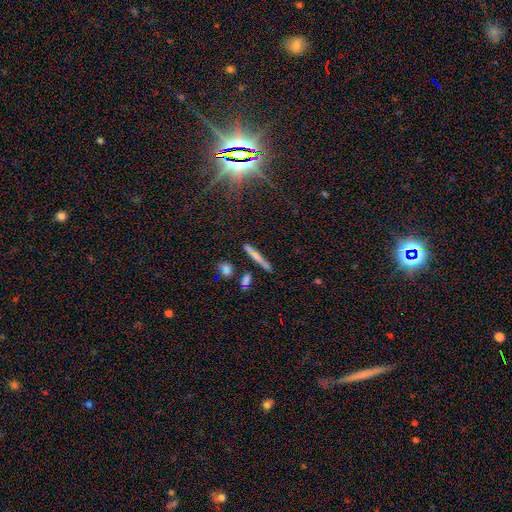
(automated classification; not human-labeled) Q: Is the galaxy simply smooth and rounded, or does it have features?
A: smooth — 49%.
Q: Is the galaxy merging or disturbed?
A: none — 78%.